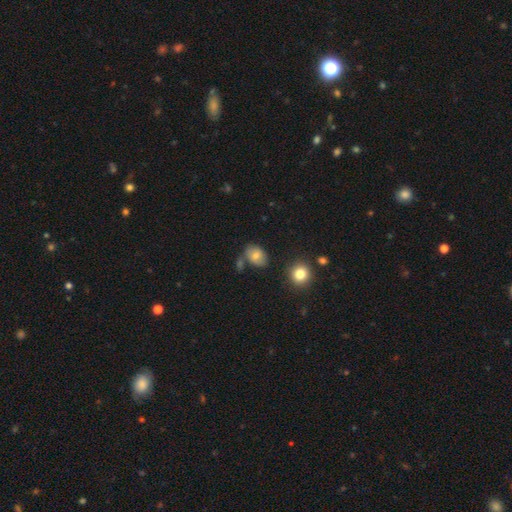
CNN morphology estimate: smooth-or-featured: smooth: 73% | featured or disk: 17% | star or artifact: 10%
  how-rounded: in between: 70% | round: 29% | cigar-shaped: 1%
  merging: none: 63% | minor disturbance: 20% | merger: 11% | major disturbance: 6%